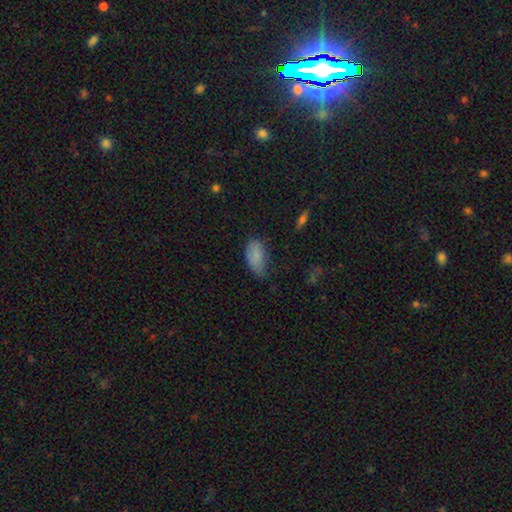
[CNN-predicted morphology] smooth_or_featured: smooth (p=0.84) [alt: star or artifact p=0.09]
how_rounded: in between (p=0.93) [alt: cigar-shaped p=0.04]
merging: none (p=0.54) [alt: minor disturbance p=0.34]